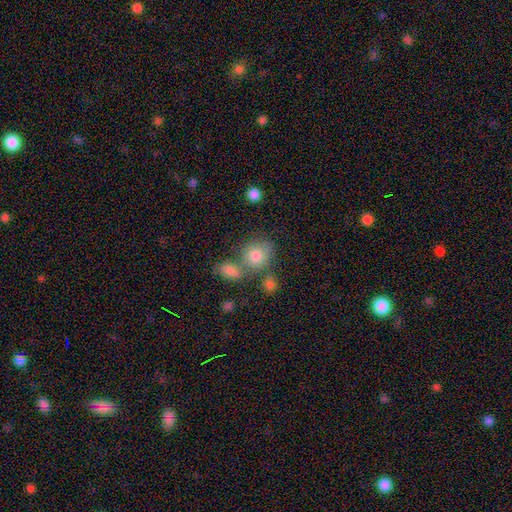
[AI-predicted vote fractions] Overall: smooth (79%). How rounded: round (63%; in between 36%). Merging: none (51%; merger 28%).